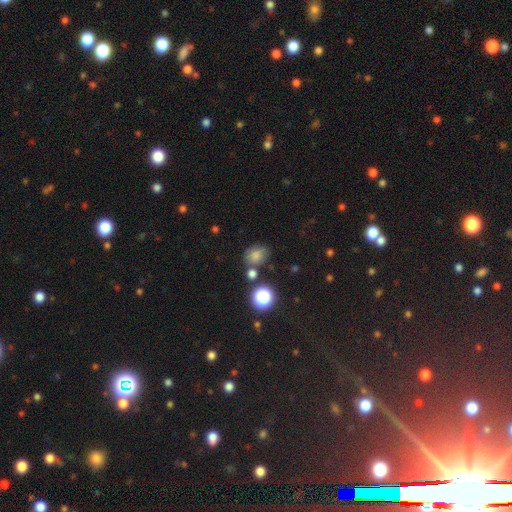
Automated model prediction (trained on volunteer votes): Morphology: type=smooth (75%); roundness=in between (50%); merging=none (66%).